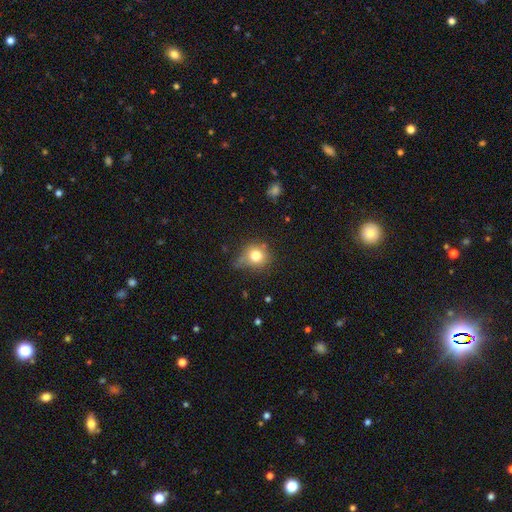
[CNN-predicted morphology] The model was most divided on "merging": none: 54%, minor disturbance: 32%, major disturbance: 10%, merger: 5%. More confident: how rounded — round (81%); smooth or featured — smooth (77%).